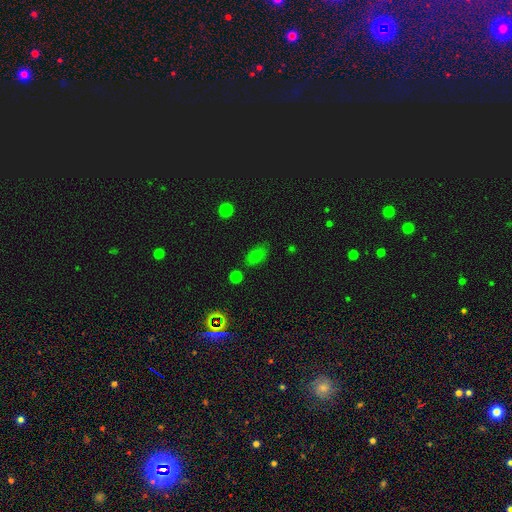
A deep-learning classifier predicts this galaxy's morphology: This is likely a smooth galaxy (76%). How rounded: clearly in between (86%). Merging: likely none (76%).